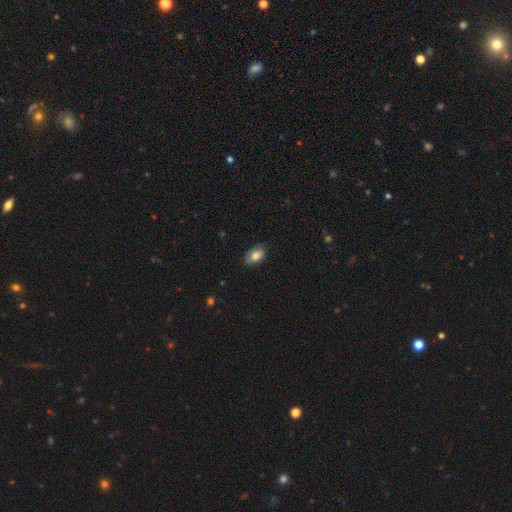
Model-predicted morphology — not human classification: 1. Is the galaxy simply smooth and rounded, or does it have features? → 81% smooth, 12% featured or disk, 8% star or artifact.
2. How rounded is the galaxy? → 91% in between, 8% round, 2% cigar-shaped.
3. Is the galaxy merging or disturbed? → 79% none, 17% minor disturbance, 3% major disturbance, 1% merger.